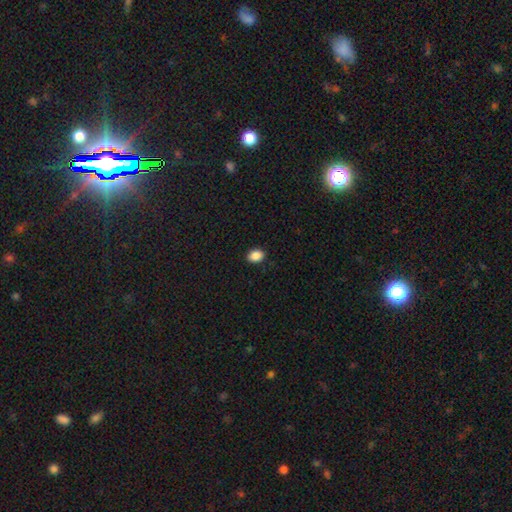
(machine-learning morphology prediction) smooth 89%, star or artifact 8%, featured or disk 3%. Down the decision tree: how rounded — in between (72%); merging — none (90%).